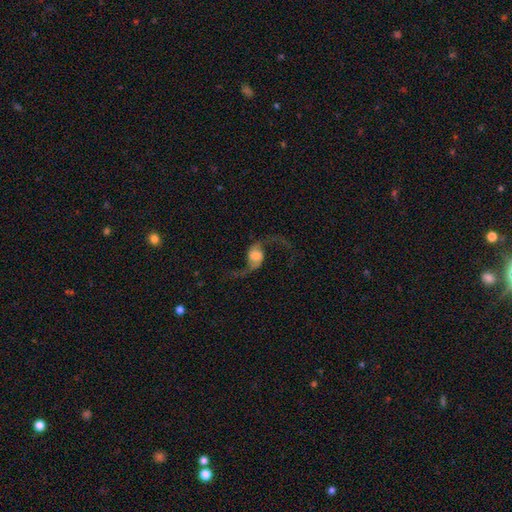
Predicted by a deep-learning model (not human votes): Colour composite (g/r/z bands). It shows a featured or disk galaxy (87%) with no bar (61%), 2 (94%) loose (91%) spiral arms (97%) and a large central bulge (31%). Merging: none (71%).